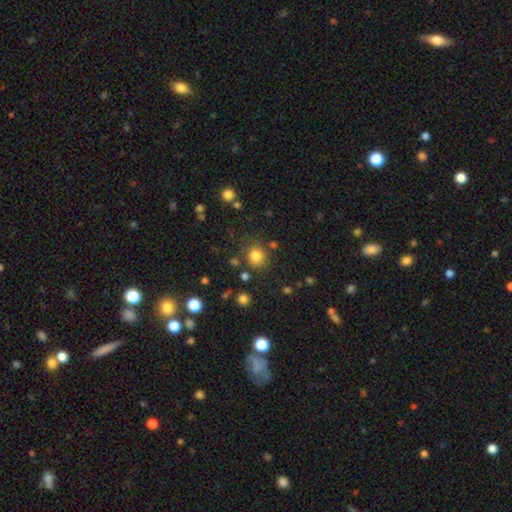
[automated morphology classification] A smooth galaxy with no disk features (82%) that is round (84%). Merging: none (80%).